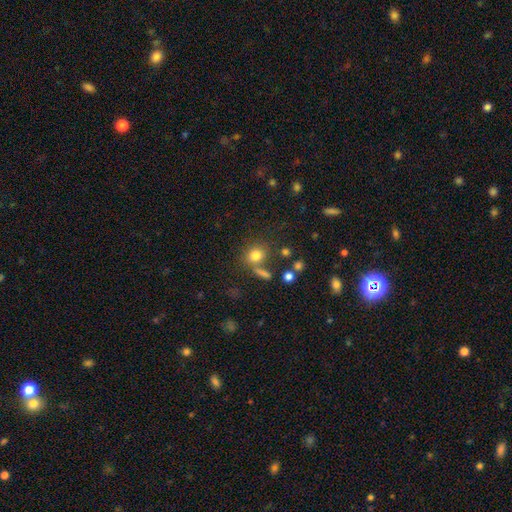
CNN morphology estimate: A smooth galaxy with no disk features (78%) that is round (71%). Merging: none (63%).